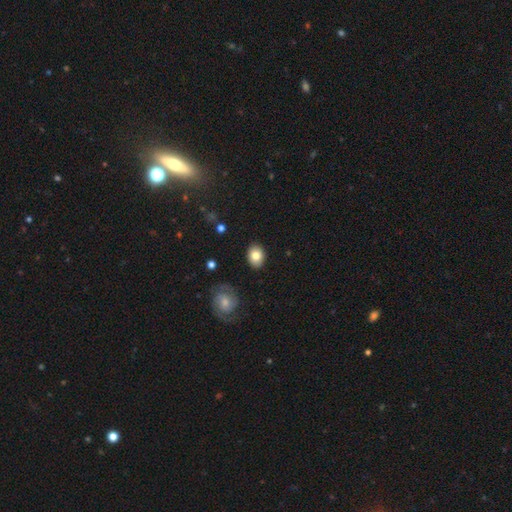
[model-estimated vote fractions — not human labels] A smooth galaxy with no disk features (81%) that is in between round and cigar-shaped (66%). Merging: none (87%).